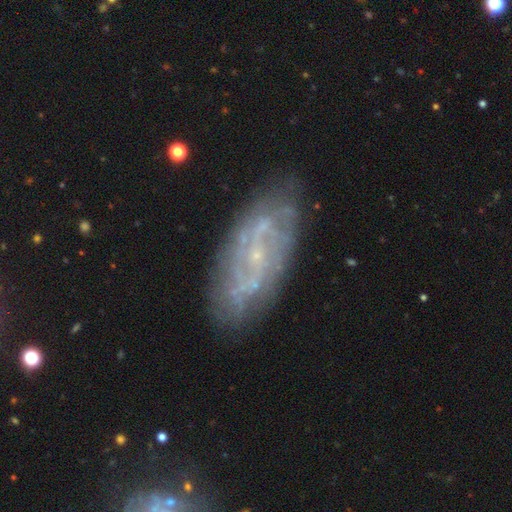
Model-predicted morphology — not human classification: featured or disk 77%, smooth 14%, star or artifact 8%. Down the decision tree: edge-on disk — no (91%); bar — no (48%); spiral arms — yes (79%); spiral arm count — can't tell (43%); spiral winding — tight (43%); bulge size — small (80%); merging — none (78%).